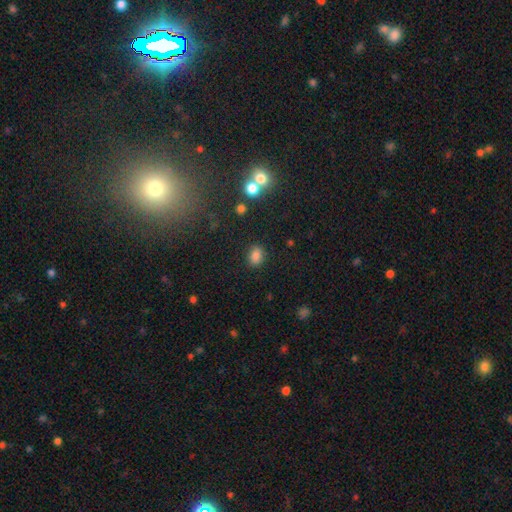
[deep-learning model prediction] A smooth galaxy with no disk features (82%) that is in between round and cigar-shaped (71%). Merging: none (85%).